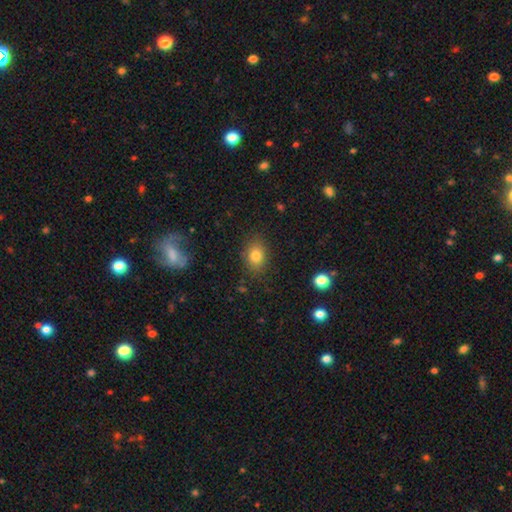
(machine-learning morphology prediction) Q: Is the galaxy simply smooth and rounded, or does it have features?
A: smooth — 81%.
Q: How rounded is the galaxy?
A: in between — 63%.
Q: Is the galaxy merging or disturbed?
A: none — 84%.